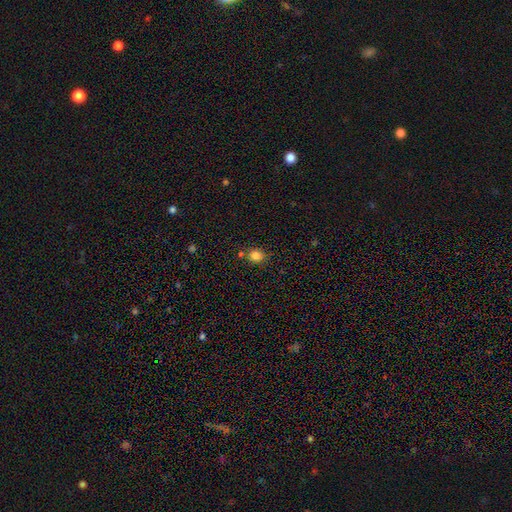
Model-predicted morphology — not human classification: smooth 83%, star or artifact 12%, featured or disk 5%. Down the decision tree: how rounded — round (76%); merging — none (76%).